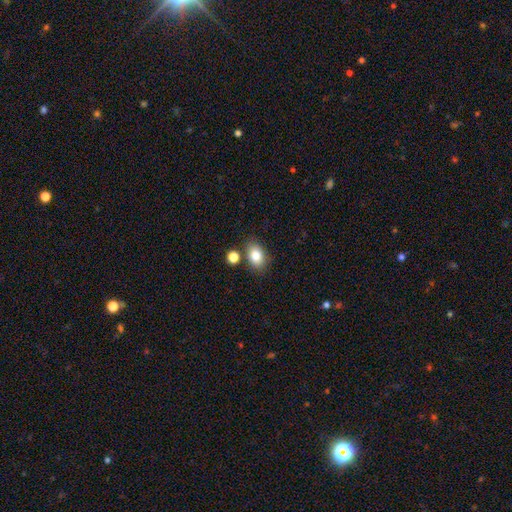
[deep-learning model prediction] This is clearly a smooth galaxy (83%). How rounded: likely in between (78%). Merging: likely none (75%).